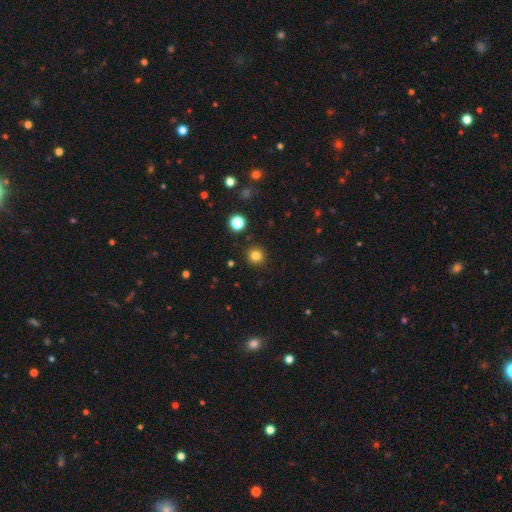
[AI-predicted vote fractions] A smooth galaxy with no disk features (82%) that is round (94%).

Vote fractions:
- Smooth or featured? smooth: 82% / star or artifact: 13% / featured or disk: 5%
- How rounded? round: 94% / in between: 5% / cigar-shaped: 1%
- Merging? none: 91% / minor disturbance: 5% / major disturbance: 2% / merger: 2%